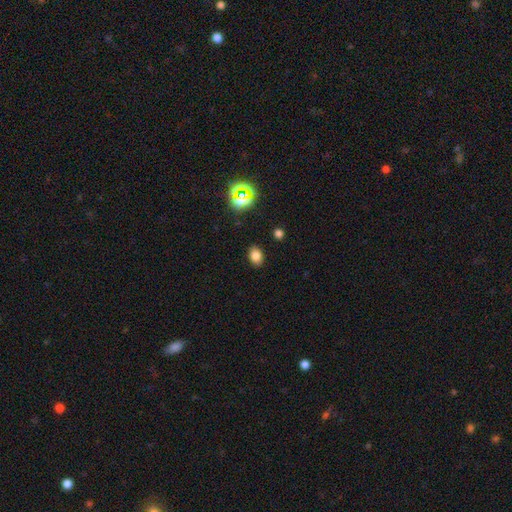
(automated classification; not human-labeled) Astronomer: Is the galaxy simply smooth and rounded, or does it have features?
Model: smooth — 77%.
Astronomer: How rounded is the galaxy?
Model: in between — 73%.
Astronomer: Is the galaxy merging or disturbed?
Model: none — 88%.